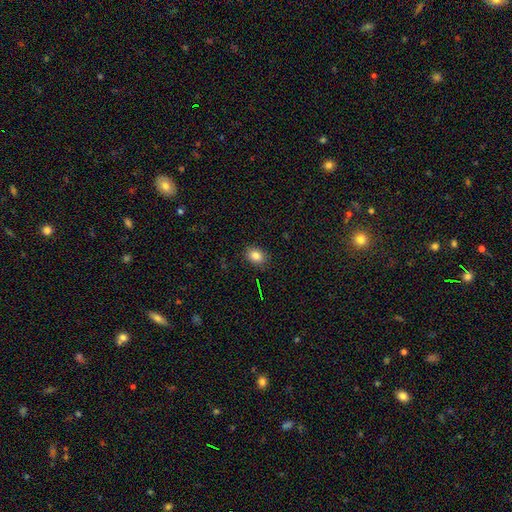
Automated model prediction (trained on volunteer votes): This appears to be a smooth galaxy with no disk features (84%) that is in between round and cigar-shaped (66%). Merging: none (87%).